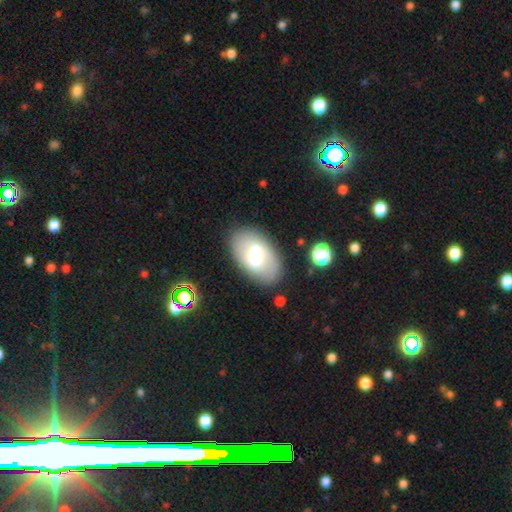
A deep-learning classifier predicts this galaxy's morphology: smooth_or_featured: smooth (p=0.54) [alt: featured or disk p=0.38]
how_rounded: in between (p=0.93) [alt: round p=0.05]
merging: none (p=0.80) [alt: minor disturbance p=0.13]